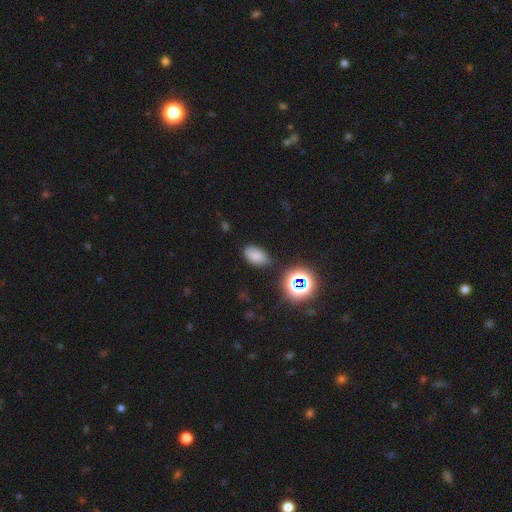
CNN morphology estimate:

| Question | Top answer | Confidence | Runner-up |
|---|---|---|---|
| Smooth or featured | smooth | 74% | star or artifact (18%) |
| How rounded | in between | 89% | round (10%) |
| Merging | none | 74% | minor disturbance (17%) |